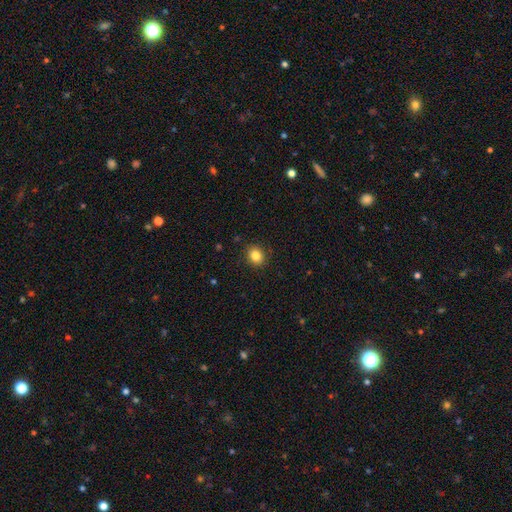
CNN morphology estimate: smooth 84%, star or artifact 11%, featured or disk 5%. Down the decision tree: how rounded — round (71%); merging — none (89%).